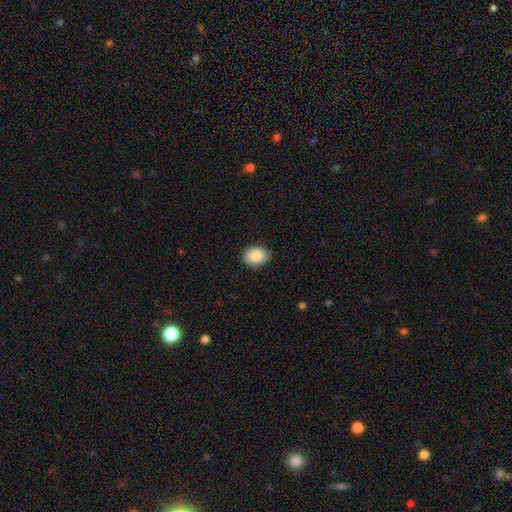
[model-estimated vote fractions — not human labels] Smooth or featured? Predicted: smooth (p=0.87). How rounded? Predicted: in between (p=0.67). Merging? Predicted: none (p=0.87).